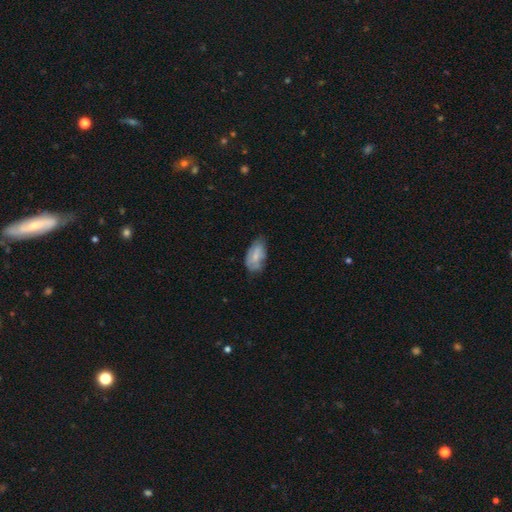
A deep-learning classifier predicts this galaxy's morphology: type=smooth (62%); roundness=in between (93%); merging=none (50%).